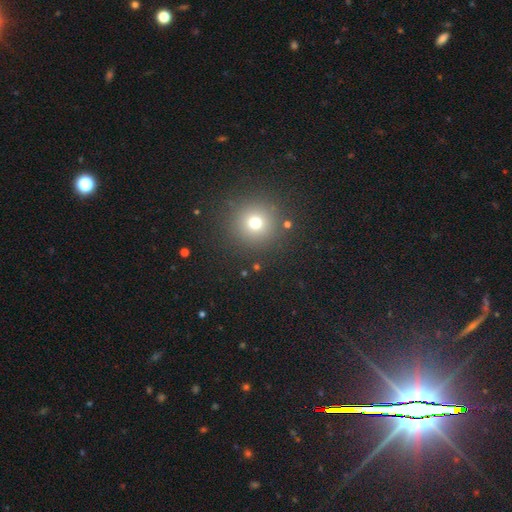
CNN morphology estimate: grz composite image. It shows a star or artifact, not a galaxy (45%).